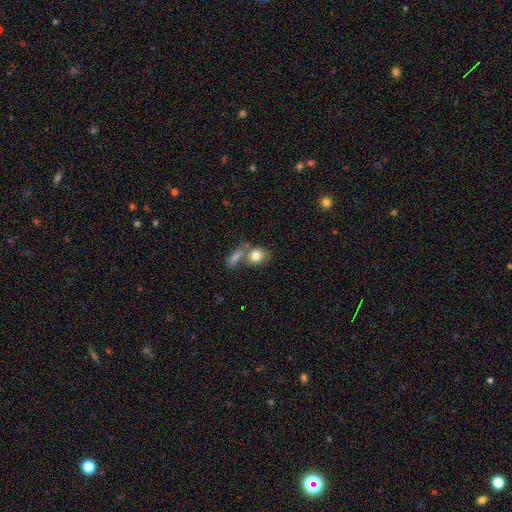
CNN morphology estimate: smooth 79%, featured or disk 14%, star or artifact 7%. Down the decision tree: how rounded — in between (54%); merging — merger (44%).